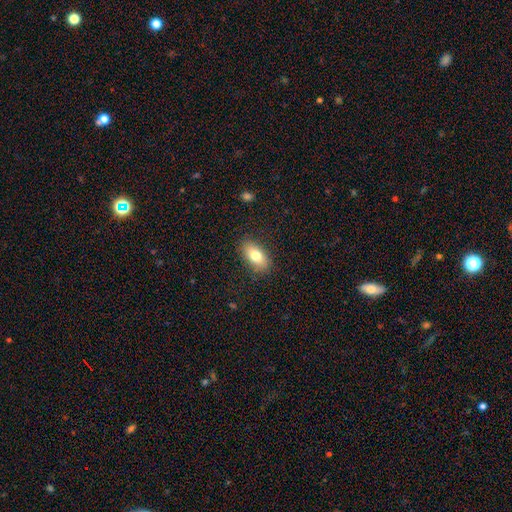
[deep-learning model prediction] smooth-or-featured: smooth: 78% | featured or disk: 14% | star or artifact: 8%
  how-rounded: in between: 88% | cigar-shaped: 7% | round: 5%
  merging: none: 85% | minor disturbance: 11% | major disturbance: 3% | merger: 1%